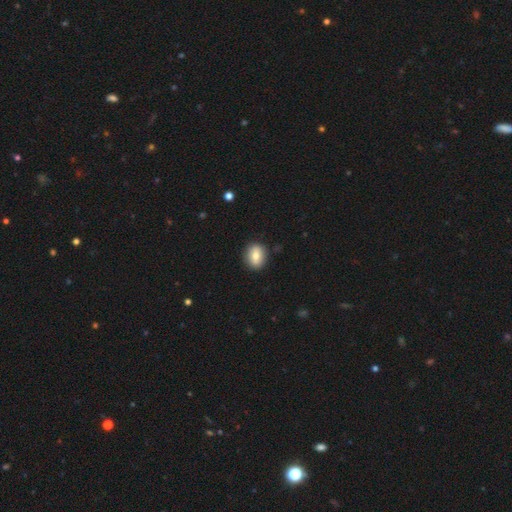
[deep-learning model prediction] This appears to be a smooth galaxy with no disk features (71%) that is in between round and cigar-shaped (51%). Merging: none (88%).